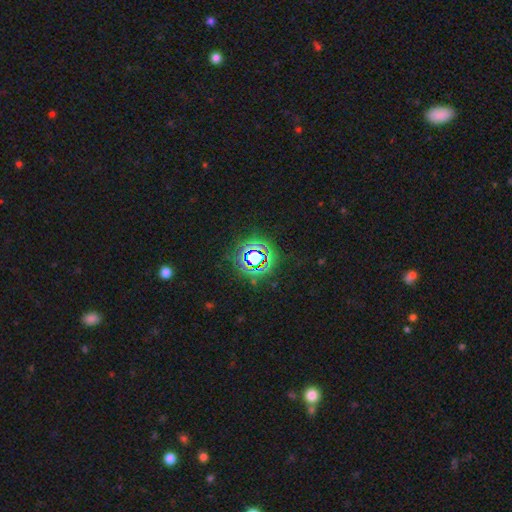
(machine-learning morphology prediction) A star or artifact, not a galaxy (75%).